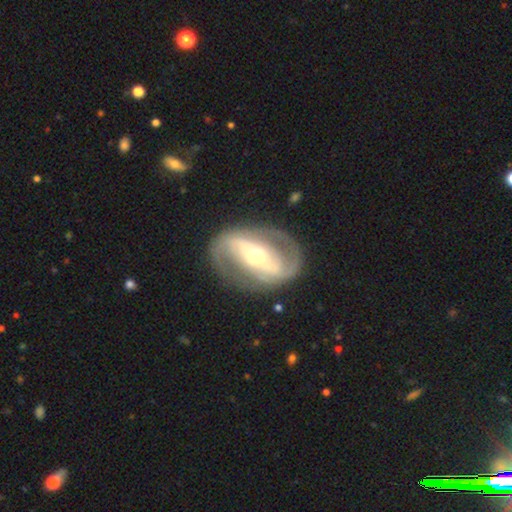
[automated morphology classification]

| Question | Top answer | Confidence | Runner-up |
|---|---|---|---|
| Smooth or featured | featured or disk | 85% | smooth (11%) |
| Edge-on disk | no | 96% | yes (4%) |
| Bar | strong | 45% | weak (29%) |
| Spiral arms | yes | 85% | no (15%) |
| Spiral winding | medium | 46% | loose (28%) |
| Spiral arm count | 2 | 89% | can't tell (5%) |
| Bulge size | moderate | 70% | small (16%) |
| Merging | none | 80% | minor disturbance (12%) |